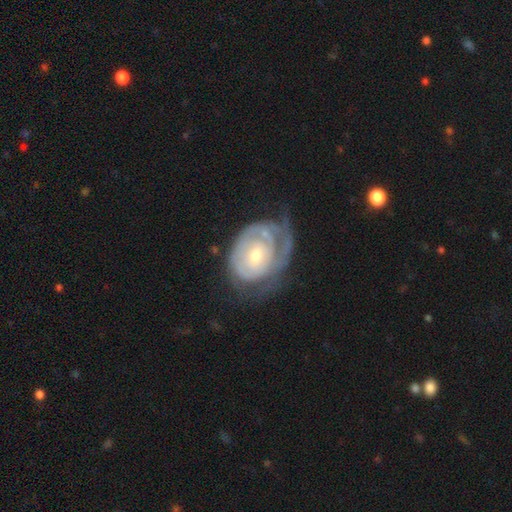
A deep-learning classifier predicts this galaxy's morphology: Overall: featured or disk (74%). Edge-on disk: no (96%). Bar: no (74%). Spiral arms: yes (76%). Spiral arm count: can't tell (45%; 1 24%). Spiral winding: tight (70%). Bulge size: small (54%; moderate 41%). Merging: none (38%; major disturbance 31%).